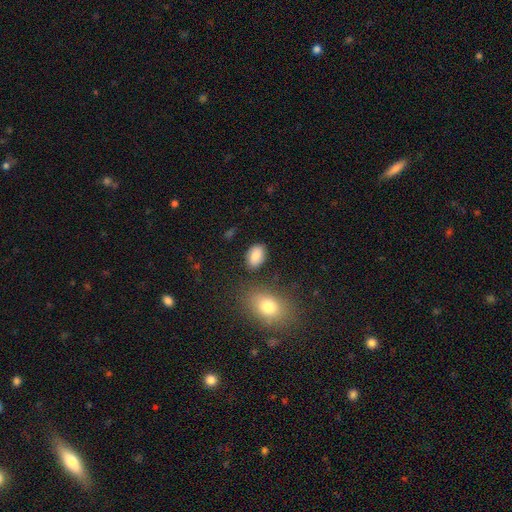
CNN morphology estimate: A smooth galaxy with no disk features (85%) that is in between round and cigar-shaped (87%).

Vote fractions:
- Smooth or featured? smooth: 85% / star or artifact: 8% / featured or disk: 7%
- How rounded? in between: 87% / round: 12% / cigar-shaped: 1%
- Merging? none: 80% / minor disturbance: 13% / merger: 4% / major disturbance: 3%